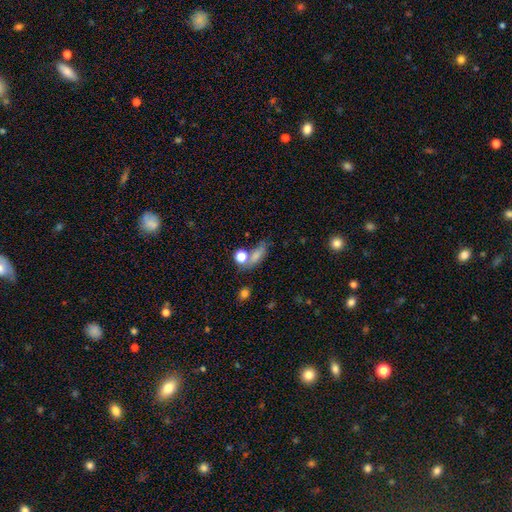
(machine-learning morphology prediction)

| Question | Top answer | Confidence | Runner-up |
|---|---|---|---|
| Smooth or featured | smooth | 71% | star or artifact (17%) |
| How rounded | in between | 63% | round (20%) |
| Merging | none | 47% | merger (25%) |